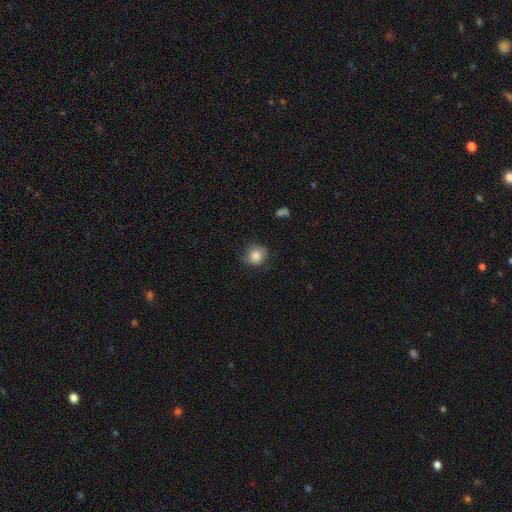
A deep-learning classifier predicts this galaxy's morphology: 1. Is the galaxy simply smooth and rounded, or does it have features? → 84% smooth, 9% star or artifact, 7% featured or disk.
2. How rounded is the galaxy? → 80% round, 19% in between, 1% cigar-shaped.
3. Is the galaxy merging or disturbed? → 74% none, 20% minor disturbance, 5% major disturbance, 1% merger.